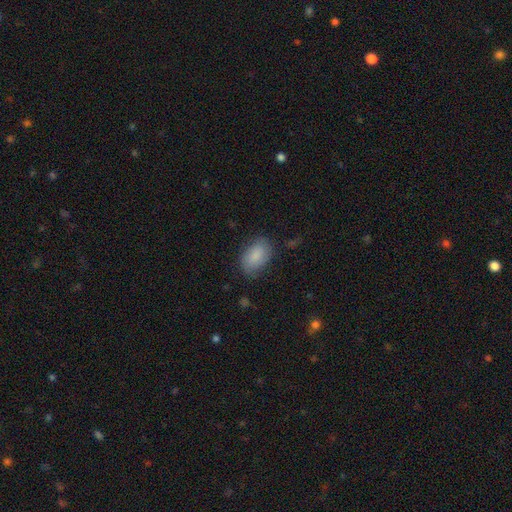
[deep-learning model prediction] Smooth or featured?
  - smooth: 85% *
  - featured or disk: 8%
  - star or artifact: 7%
How rounded?
  - in between: 90% *
  - round: 8%
  - cigar-shaped: 1%
Merging?
  - none: 76% *
  - minor disturbance: 18%
  - major disturbance: 5%
  - merger: 1%